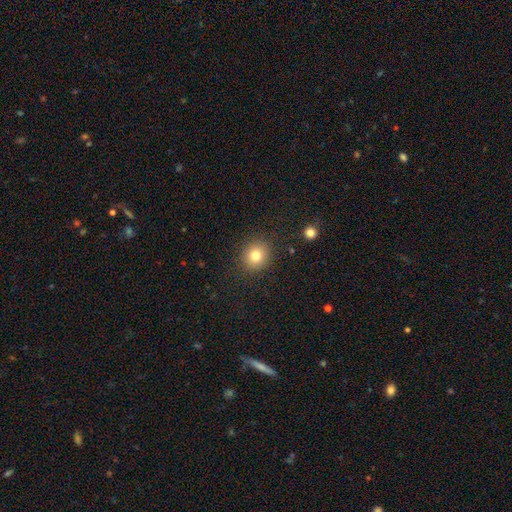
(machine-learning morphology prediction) This appears to be a smooth galaxy with no disk features (80%) that is round (82%). Merging: none (89%).